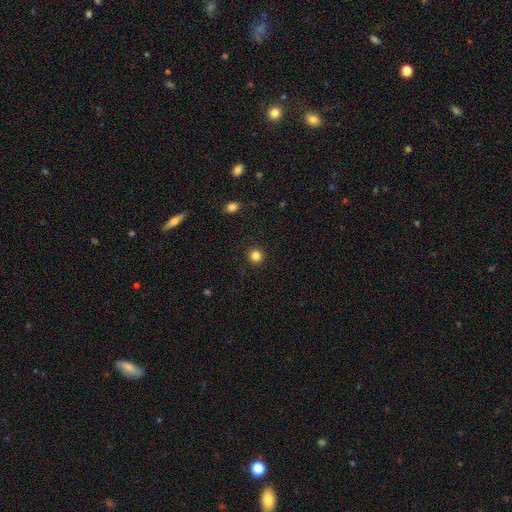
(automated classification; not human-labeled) smooth_or_featured: smooth (p=0.84) [alt: star or artifact p=0.12]
how_rounded: round (p=0.94) [alt: in between p=0.05]
merging: none (p=0.91) [alt: minor disturbance p=0.06]